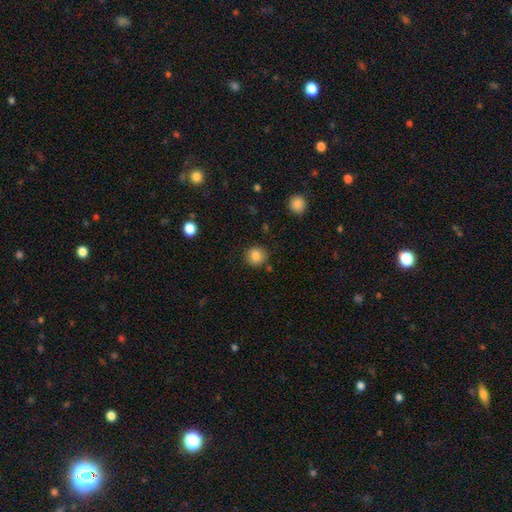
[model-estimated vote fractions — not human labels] The model was most divided on "smooth or featured": smooth: 85%, star or artifact: 10%, featured or disk: 6%. More confident: how rounded — round (89%); merging — none (85%).